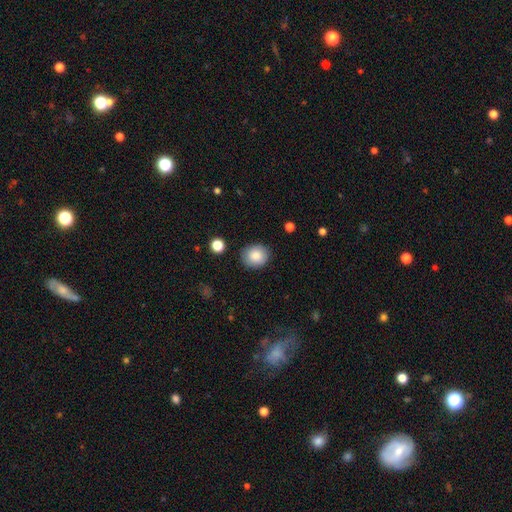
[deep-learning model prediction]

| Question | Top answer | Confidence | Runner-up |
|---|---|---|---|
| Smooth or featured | smooth | 86% | star or artifact (8%) |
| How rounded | round | 73% | in between (26%) |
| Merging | none | 86% | minor disturbance (10%) |